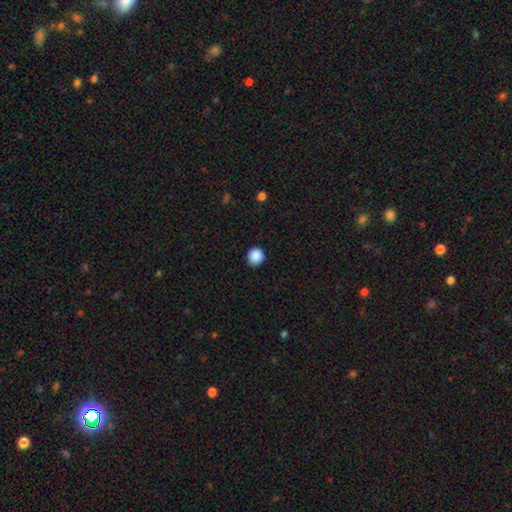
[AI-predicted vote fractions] smooth_or_featured: smooth (p=0.88) [alt: star or artifact p=0.09]
how_rounded: round (p=0.93) [alt: in between p=0.06]
merging: none (p=0.91) [alt: minor disturbance p=0.06]